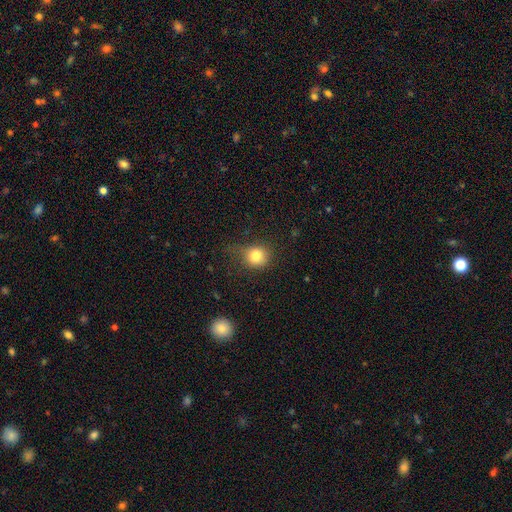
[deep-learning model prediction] Morphology: type=smooth (81%); roundness=round (79%); merging=none (61%).